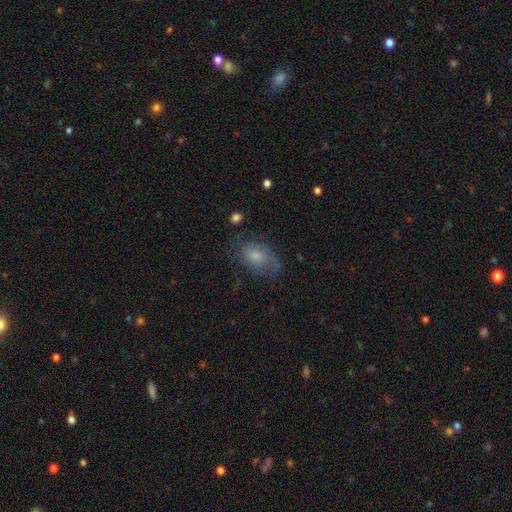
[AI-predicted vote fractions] Smooth or featured? smooth (45%)
Merging? none (62%)